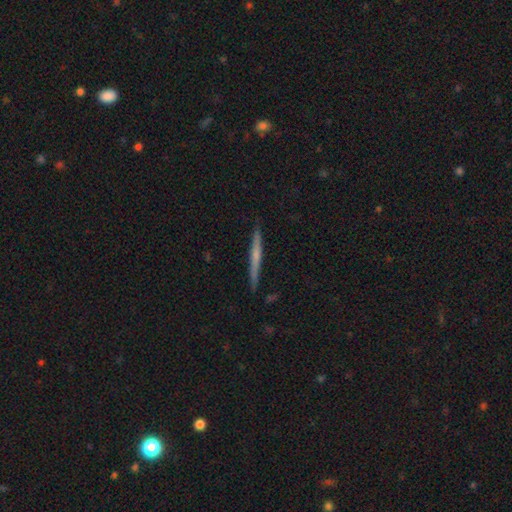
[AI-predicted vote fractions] This appears to be a featured or disk galaxy (54%) viewed edge-on (97%) with no central bulge (59%). Merging: none (89%).